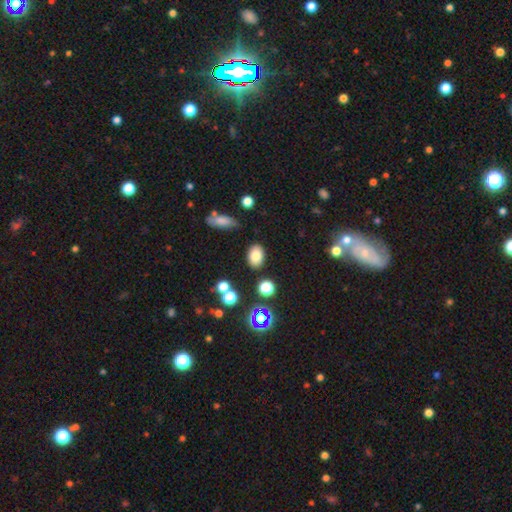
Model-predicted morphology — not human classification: smooth 79%, star or artifact 11%, featured or disk 9%. Down the decision tree: how rounded — in between (82%); merging — none (84%).